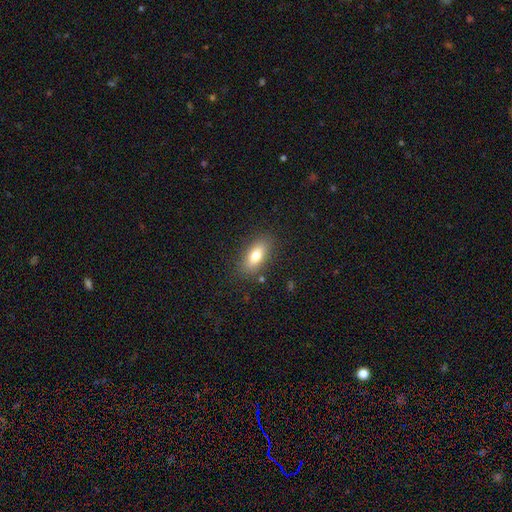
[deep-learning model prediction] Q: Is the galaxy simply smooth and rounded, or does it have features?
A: smooth — 76%.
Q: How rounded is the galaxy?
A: in between — 81%.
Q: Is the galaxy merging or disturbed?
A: none — 84%.